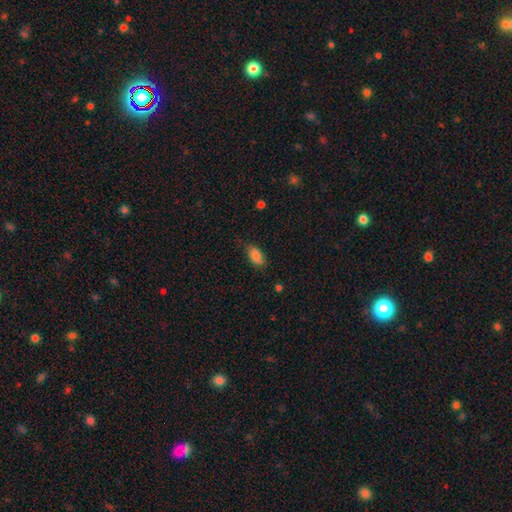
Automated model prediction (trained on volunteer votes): Q: Smooth or featured?
A: smooth (83%); runner-up: featured or disk (9%)
Q: How rounded?
A: in between (91%); runner-up: round (5%)
Q: Merging?
A: none (70%); runner-up: minor disturbance (23%)